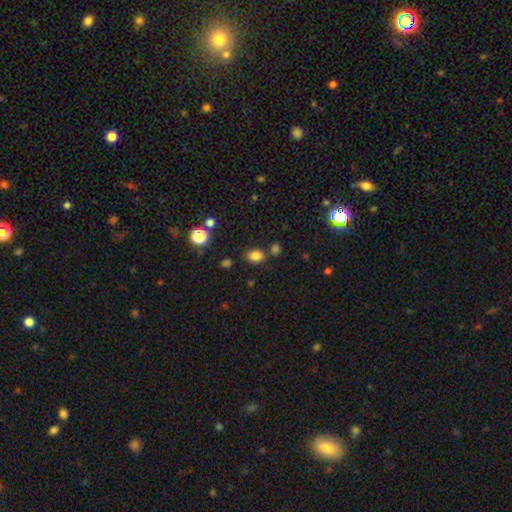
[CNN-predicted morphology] Smooth or featured: smooth — 82% (star or artifact — 13%)
How rounded: in between — 68% (round — 30%)
Merging: none — 76% (minor disturbance — 12%)